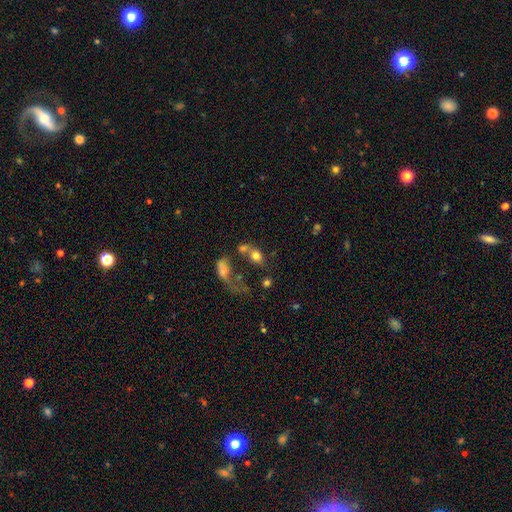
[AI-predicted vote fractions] A smooth galaxy with no disk features (71%) that is in between round and cigar-shaped (55%). Merging: merger (49%).